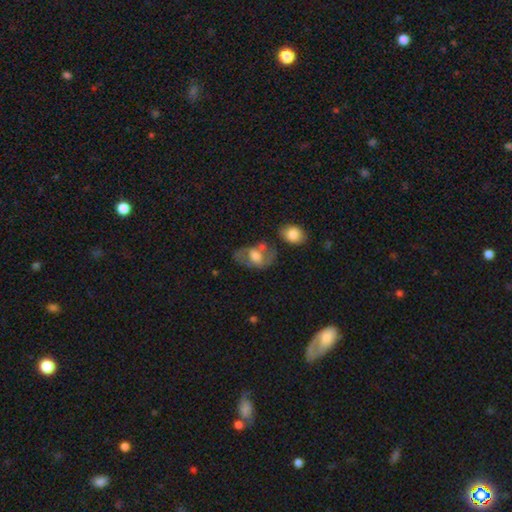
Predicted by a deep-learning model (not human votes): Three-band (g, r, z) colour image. It shows a featured or disk galaxy (47%). Merging: none (48%).